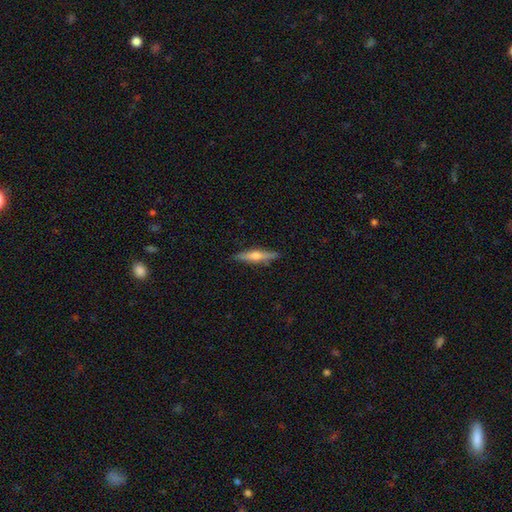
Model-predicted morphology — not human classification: Smooth or featured?
  - featured or disk: 57% *
  - smooth: 37%
  - star or artifact: 6%
Edge-on disk?
  - yes: 96% *
  - no: 4%
Edge-on bulge?
  - rounded: 88% *
  - none: 7%
  - boxy: 5%
Merging?
  - none: 89% *
  - minor disturbance: 8%
  - major disturbance: 2%
  - merger: 1%